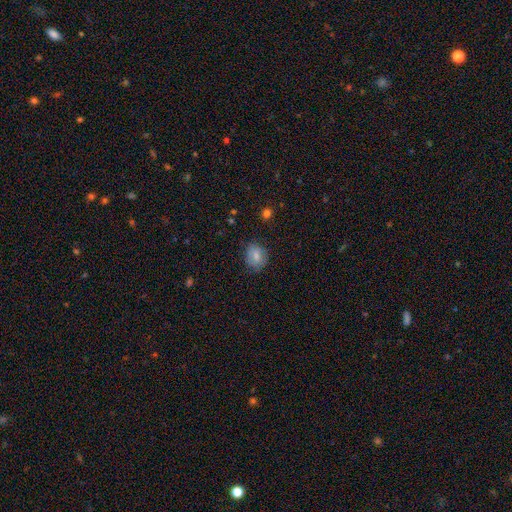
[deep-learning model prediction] smooth 77%, featured or disk 14%, star or artifact 9%. Down the decision tree: how rounded — round (55%); merging — none (71%).